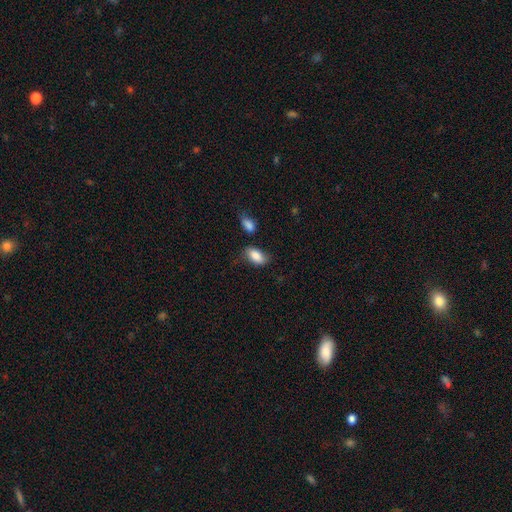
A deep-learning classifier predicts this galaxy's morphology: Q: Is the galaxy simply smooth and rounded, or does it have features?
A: smooth — 85%.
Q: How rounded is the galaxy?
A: in between — 91%.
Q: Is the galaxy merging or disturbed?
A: none — 64%.